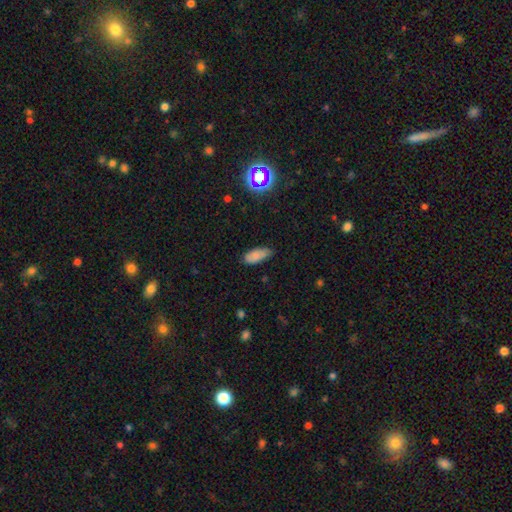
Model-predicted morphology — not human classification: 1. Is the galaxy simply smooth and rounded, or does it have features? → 79% smooth, 11% featured or disk, 10% star or artifact.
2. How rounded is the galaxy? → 87% in between, 11% cigar-shaped, 3% round.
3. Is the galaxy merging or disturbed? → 70% none, 25% minor disturbance, 4% major disturbance, 2% merger.